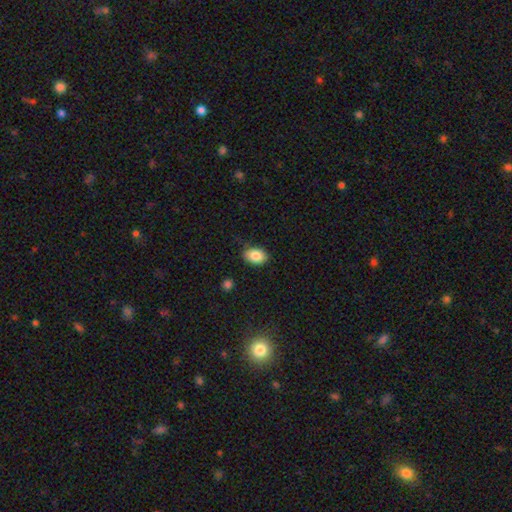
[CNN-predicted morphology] Q: Smooth or featured?
A: smooth (85%); runner-up: star or artifact (8%)
Q: How rounded?
A: in between (82%); runner-up: round (17%)
Q: Merging?
A: none (79%); runner-up: minor disturbance (16%)